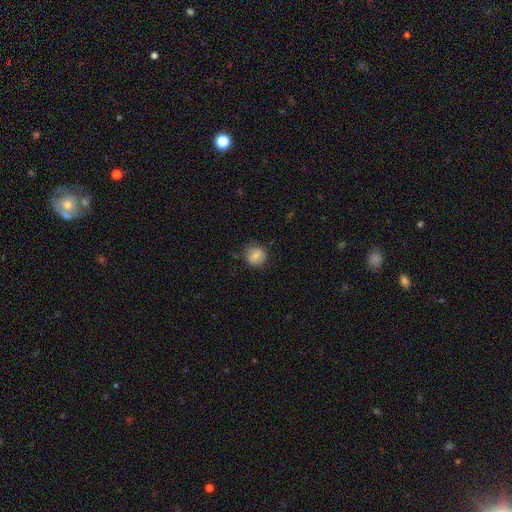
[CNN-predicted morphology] Smooth or featured: smooth — 79% (featured or disk — 13%)
How rounded: round — 84% (in between — 15%)
Merging: none — 77% (minor disturbance — 17%)